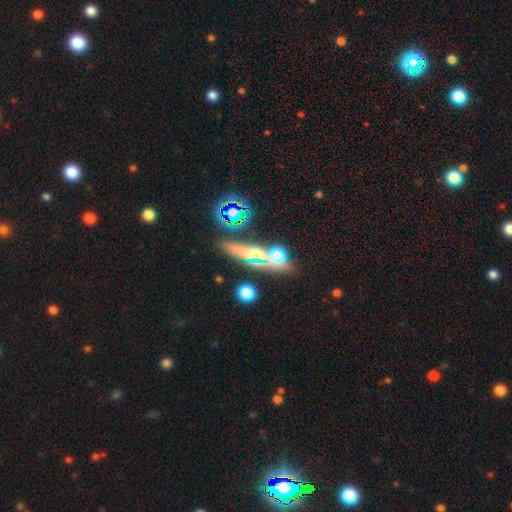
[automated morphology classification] smooth 40%, star or artifact 37%, featured or disk 23%. Down the decision tree: merging — none (69%).